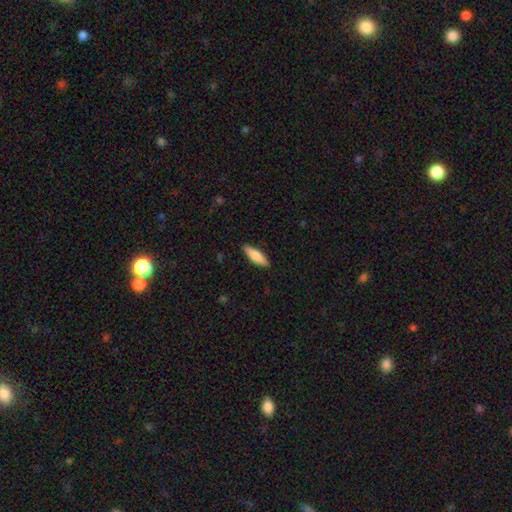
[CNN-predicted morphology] Smooth or featured? smooth (74%)
How rounded? cigar-shaped (60%)
Merging? none (89%)